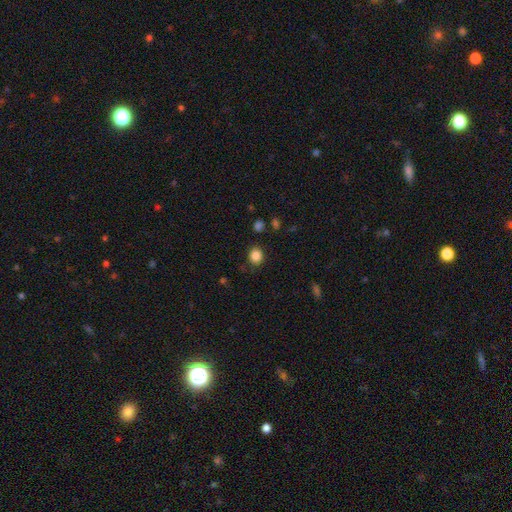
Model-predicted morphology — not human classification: This is clearly a smooth galaxy (85%). How rounded: likely round (75%). Merging: clearly none (85%).